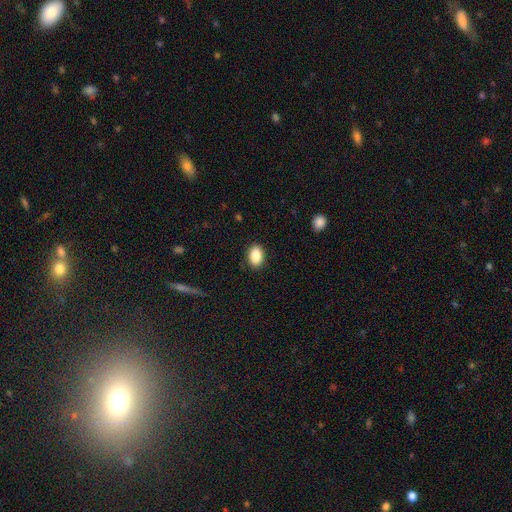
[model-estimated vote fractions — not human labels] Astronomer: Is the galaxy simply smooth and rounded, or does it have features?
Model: smooth — 87%.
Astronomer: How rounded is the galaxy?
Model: in between — 86%.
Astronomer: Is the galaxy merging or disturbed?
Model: none — 88%.